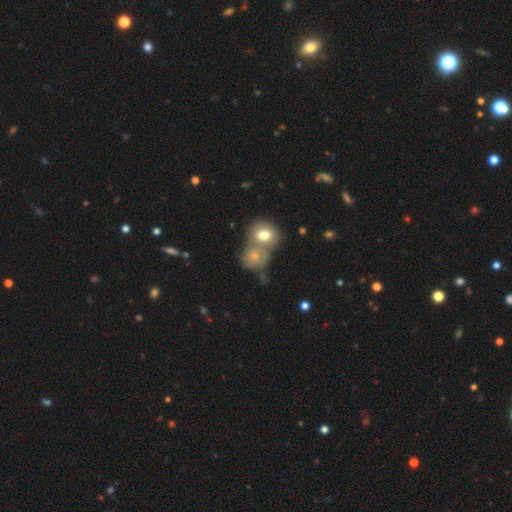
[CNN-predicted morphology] Smooth or featured: smooth — 60% (featured or disk — 30%)
How rounded: round — 64% (in between — 35%)
Merging: merger — 58% (none — 27%)